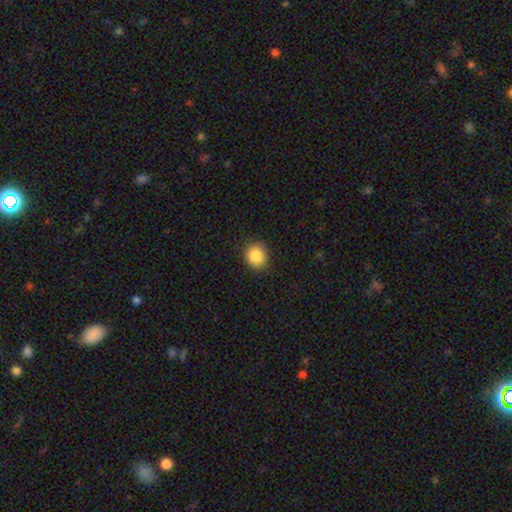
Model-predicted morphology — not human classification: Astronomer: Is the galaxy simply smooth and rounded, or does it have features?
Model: smooth — 88%.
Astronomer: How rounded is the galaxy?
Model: round — 74%.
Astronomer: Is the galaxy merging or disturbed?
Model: none — 87%.